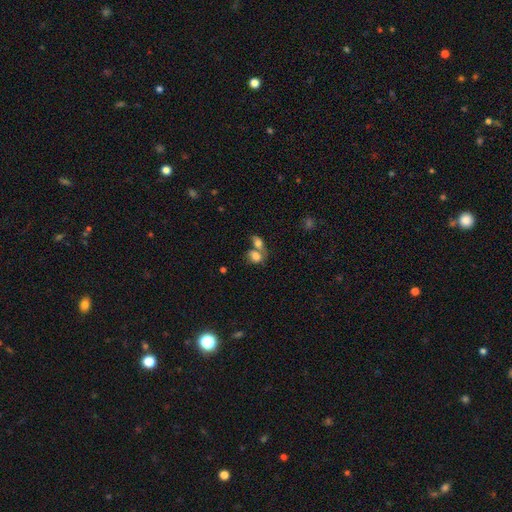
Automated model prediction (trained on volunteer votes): smooth-or-featured: smooth: 75% | featured or disk: 14% | star or artifact: 11%
  how-rounded: in between: 67% | round: 31% | cigar-shaped: 2%
  merging: merger: 58% | none: 26% | minor disturbance: 9% | major disturbance: 7%